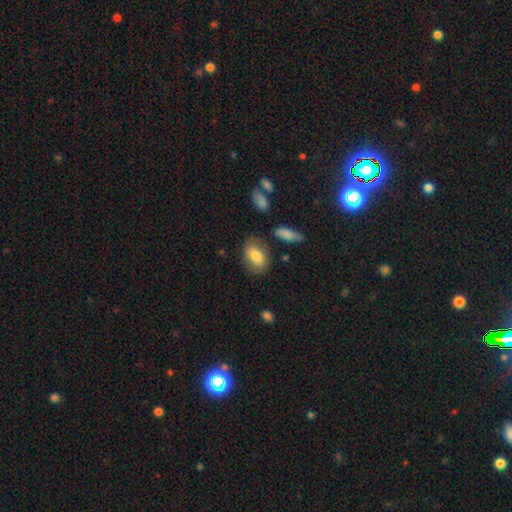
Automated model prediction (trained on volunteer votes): Smooth or featured? smooth (79%)
How rounded? in between (85%)
Merging? none (72%)